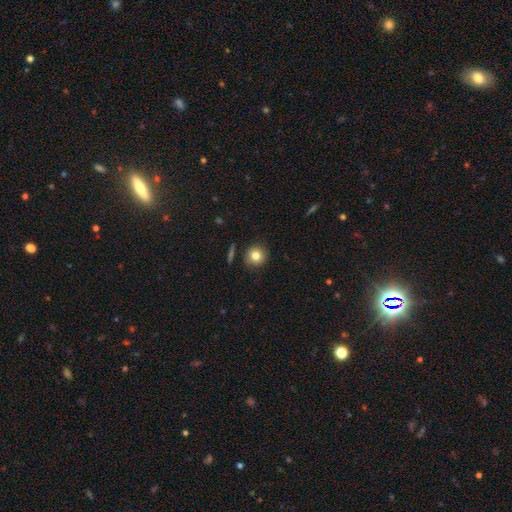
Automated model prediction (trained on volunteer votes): Smooth or featured? smooth (80%)
How rounded? round (92%)
Merging? none (88%)